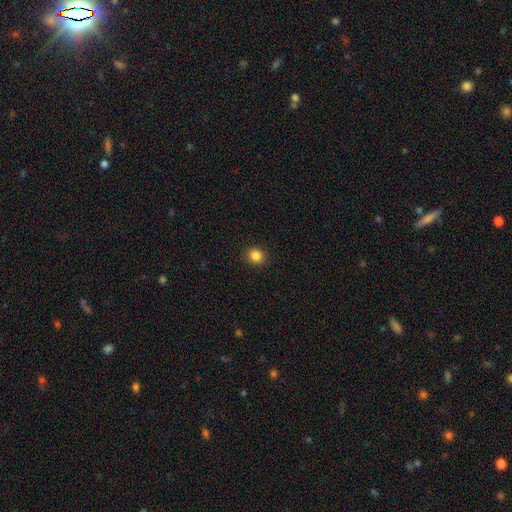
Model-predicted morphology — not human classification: Smooth or featured? smooth (85%)
How rounded? round (82%)
Merging? none (91%)